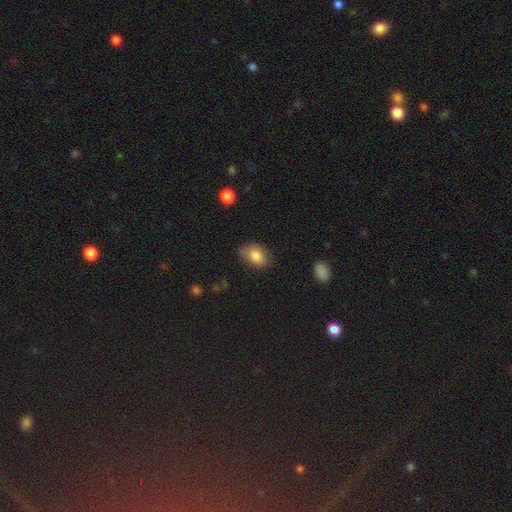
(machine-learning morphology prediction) The model was most divided on "merging": none: 70%, minor disturbance: 23%, major disturbance: 5%, merger: 2%. More confident: how rounded — in between (87%); smooth or featured — smooth (84%).